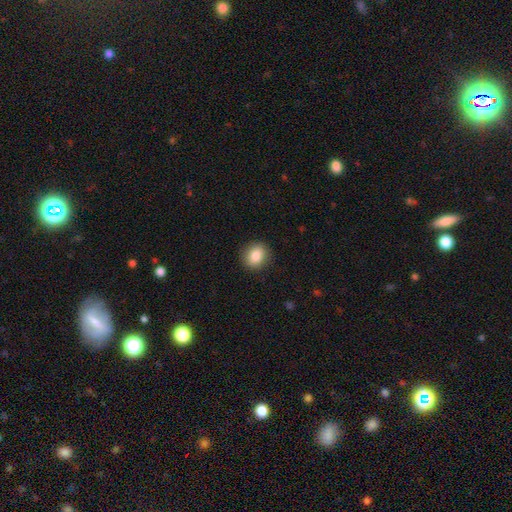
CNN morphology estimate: Smooth or featured?
  - smooth: 86% *
  - star or artifact: 8%
  - featured or disk: 6%
How rounded?
  - round: 69% *
  - in between: 30%
  - cigar-shaped: 1%
Merging?
  - none: 90% *
  - minor disturbance: 7%
  - major disturbance: 2%
  - merger: 1%